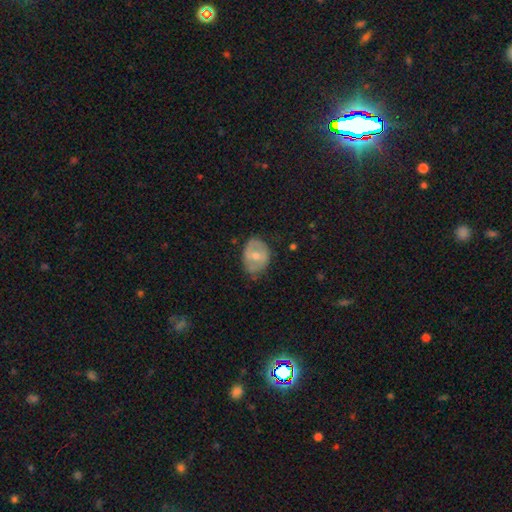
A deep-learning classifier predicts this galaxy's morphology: This appears to be a featured or disk galaxy (48%). Merging: none (62%).